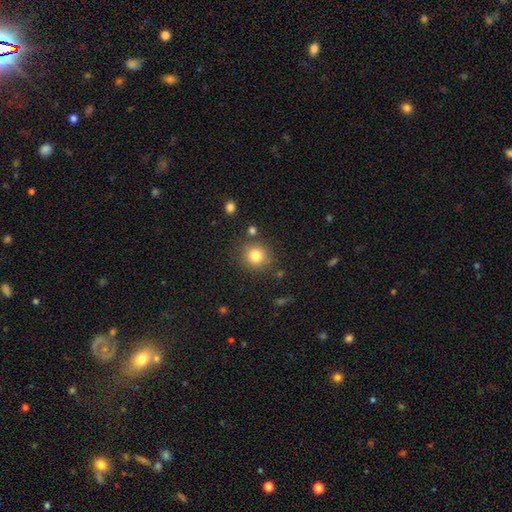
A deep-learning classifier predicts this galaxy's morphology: This is clearly a smooth galaxy (82%). How rounded: clearly round (88%). Merging: clearly none (82%).